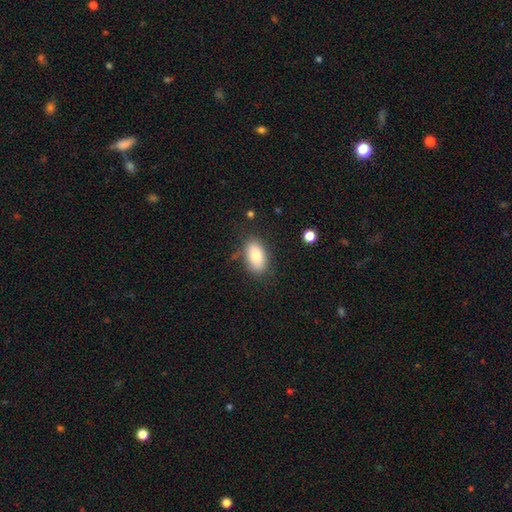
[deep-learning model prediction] Smooth or featured? Predicted: smooth (p=0.81). How rounded? Predicted: in between (p=0.92). Merging? Predicted: none (p=0.76).